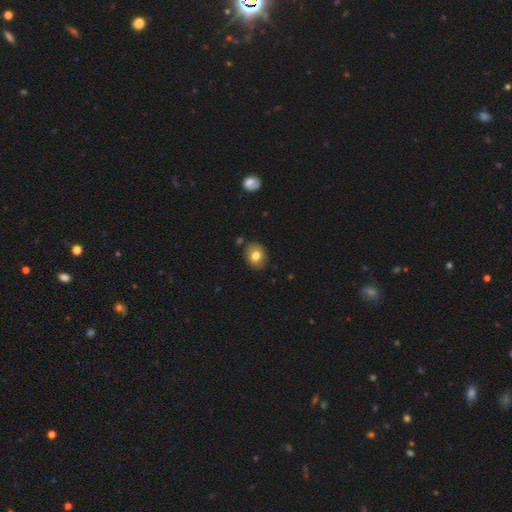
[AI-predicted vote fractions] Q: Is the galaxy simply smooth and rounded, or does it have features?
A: smooth — 78%.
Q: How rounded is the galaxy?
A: round — 56%.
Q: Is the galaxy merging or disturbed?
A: none — 84%.